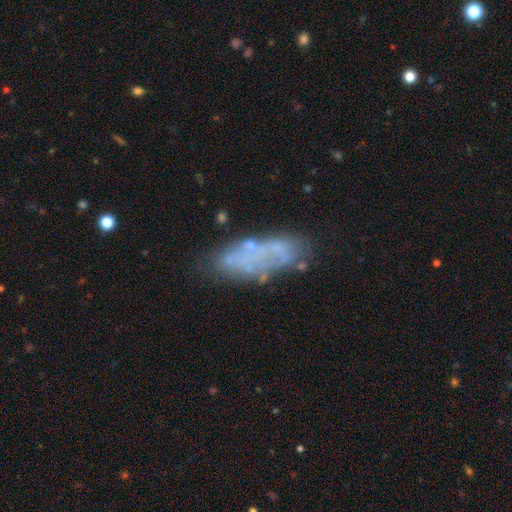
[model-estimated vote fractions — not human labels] Smooth or featured: featured or disk — 49% (smooth — 38%)
Merging: none — 60% (minor disturbance — 20%)